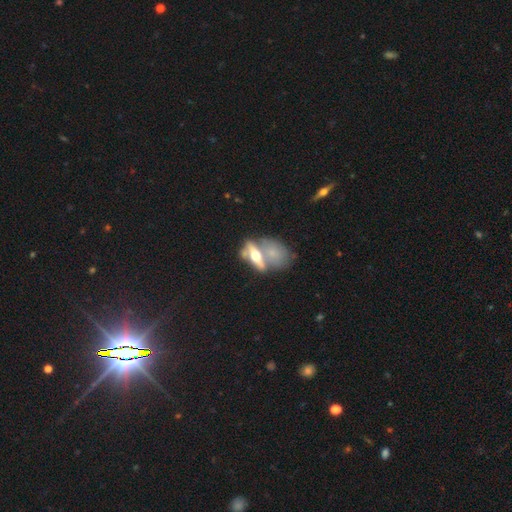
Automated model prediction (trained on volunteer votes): This is possibly a featured or disk galaxy (56%). It is likely viewed edge-on (64%). Merging: possibly merger (47%).